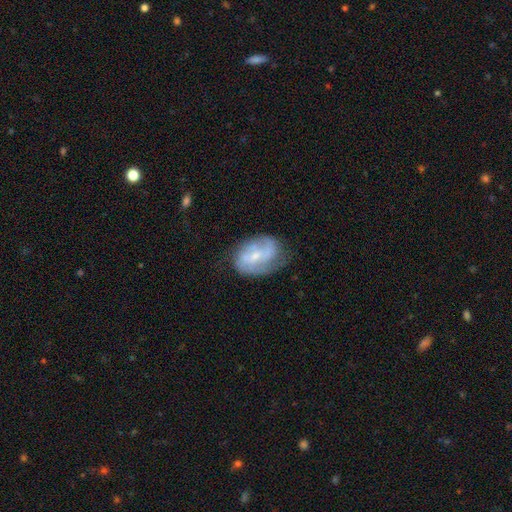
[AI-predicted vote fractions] Q: Smooth or featured?
A: featured or disk (66%); runner-up: smooth (27%)
Q: Edge-on disk?
A: no (96%); runner-up: yes (4%)
Q: Bar?
A: weak (46%); runner-up: no (38%)
Q: Spiral arms?
A: yes (77%); runner-up: no (23%)
Q: Bulge size?
A: small (63%); runner-up: moderate (29%)
Q: Merging?
A: none (55%); runner-up: minor disturbance (28%)